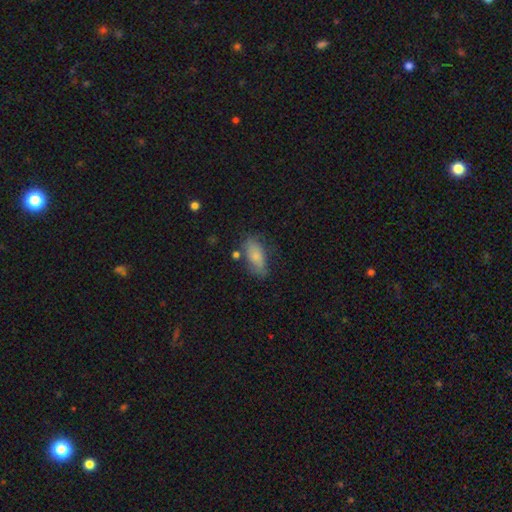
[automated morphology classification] smooth 74%, featured or disk 19%, star or artifact 7%. Down the decision tree: how rounded — in between (87%); merging — none (62%).